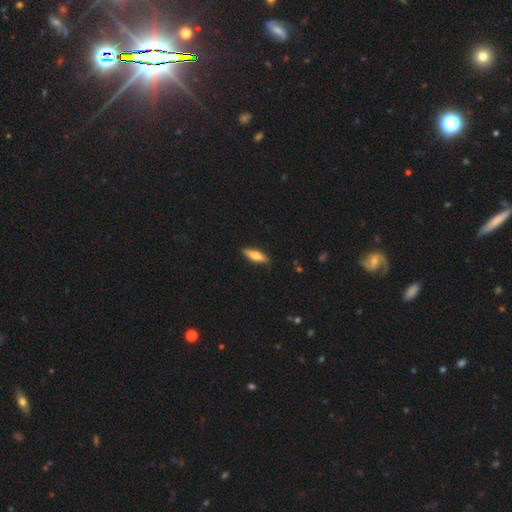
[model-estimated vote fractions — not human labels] Smooth or featured? smooth (68%)
How rounded? cigar-shaped (53%)
Merging? none (85%)